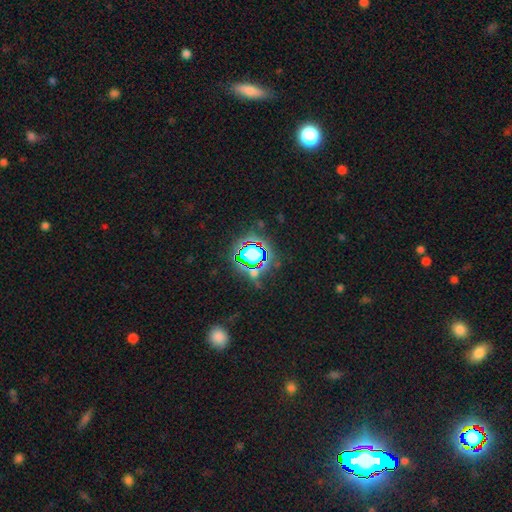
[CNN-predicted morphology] star or artifact 78%, smooth 14%, featured or disk 8%.